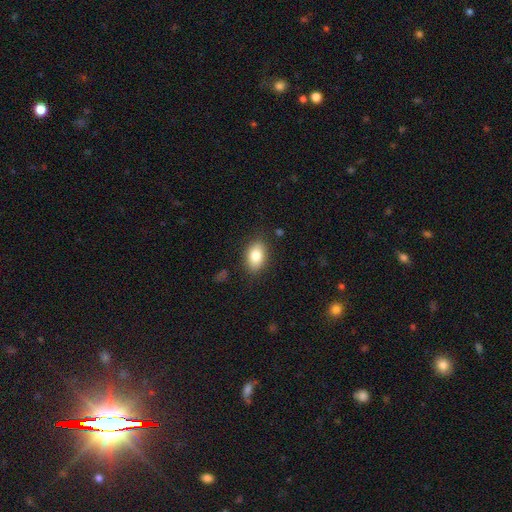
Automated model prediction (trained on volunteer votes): Smooth or featured? smooth (82%)
How rounded? in between (86%)
Merging? none (85%)